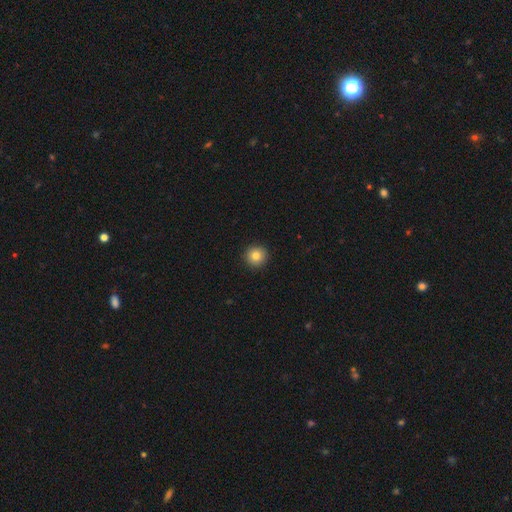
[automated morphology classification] type=smooth (83%); roundness=round (95%); merging=none (93%).